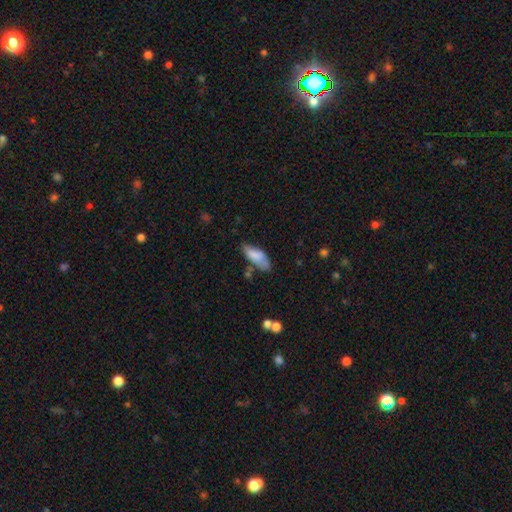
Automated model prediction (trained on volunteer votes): smooth 76%, featured or disk 17%, star or artifact 7%. Down the decision tree: how rounded — in between (75%); merging — none (47%).